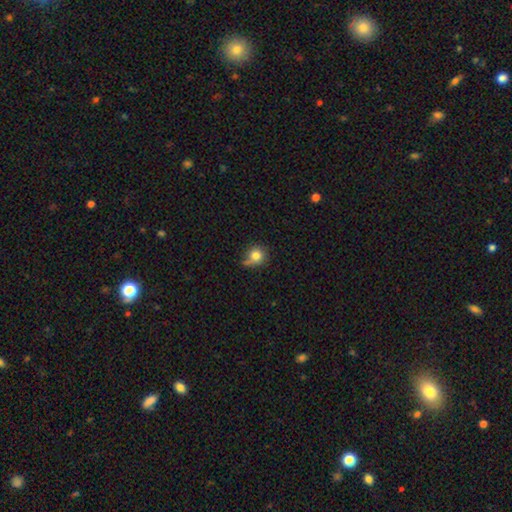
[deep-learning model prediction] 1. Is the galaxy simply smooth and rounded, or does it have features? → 81% smooth, 10% star or artifact, 9% featured or disk.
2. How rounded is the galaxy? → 85% round, 14% in between, 1% cigar-shaped.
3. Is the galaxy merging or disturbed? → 55% none, 27% minor disturbance, 9% major disturbance, 9% merger.